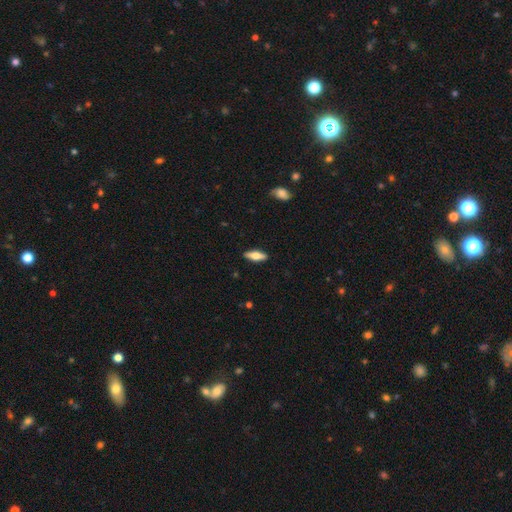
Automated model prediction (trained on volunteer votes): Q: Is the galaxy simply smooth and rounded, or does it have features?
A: smooth — 54%.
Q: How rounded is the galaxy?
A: in between — 62%.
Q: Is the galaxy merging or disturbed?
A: none — 89%.